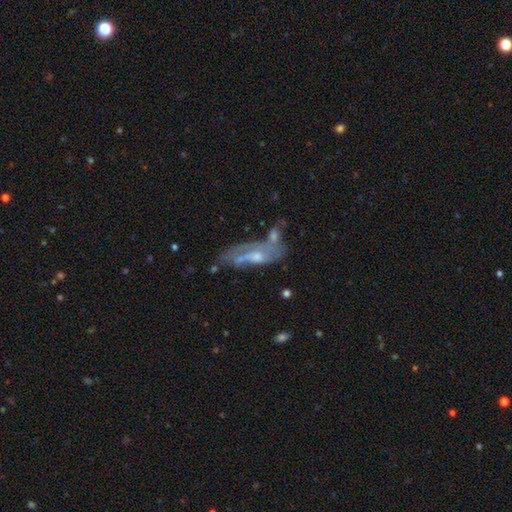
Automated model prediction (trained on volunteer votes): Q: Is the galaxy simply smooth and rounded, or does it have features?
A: featured or disk — 65%.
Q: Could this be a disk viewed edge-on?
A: no — 83%.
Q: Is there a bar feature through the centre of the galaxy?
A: no — 58%.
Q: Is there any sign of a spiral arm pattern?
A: yes — 65%.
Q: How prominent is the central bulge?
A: moderate — 42%.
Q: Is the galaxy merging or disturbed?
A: none — 32%.